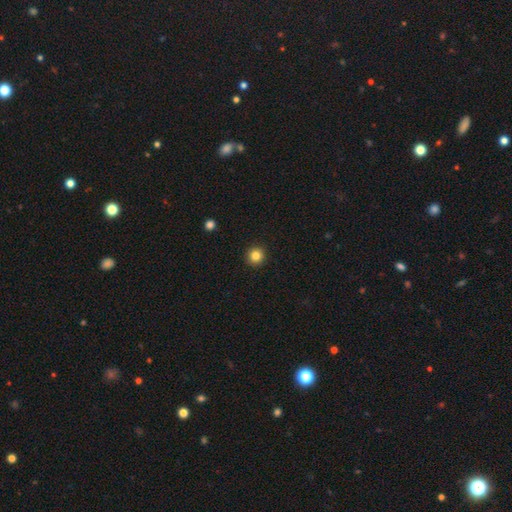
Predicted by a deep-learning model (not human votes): smooth 84%, star or artifact 11%, featured or disk 5%. Down the decision tree: how rounded — round (95%); merging — none (93%).